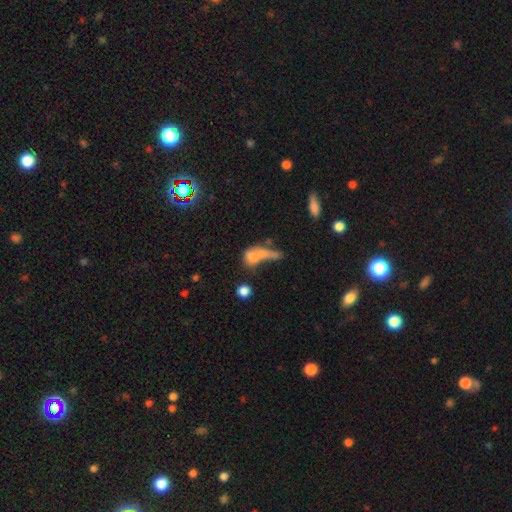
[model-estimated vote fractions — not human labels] Smooth or featured: smooth — 61% (featured or disk — 26%)
How rounded: in between — 52% (round — 28%)
Merging: merger — 48% (major disturbance — 21%)